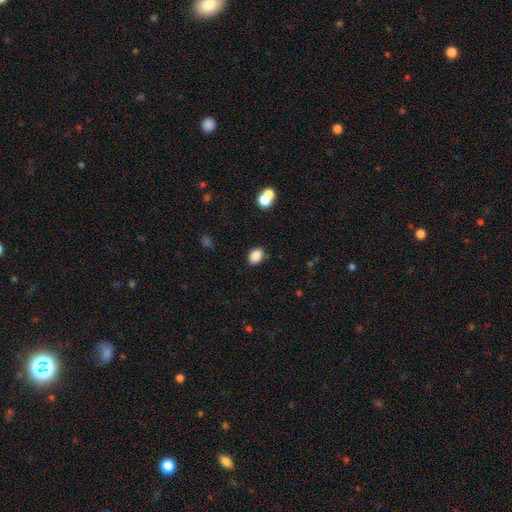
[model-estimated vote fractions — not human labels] Overall: smooth (87%). How rounded: in between (69%; round 30%). Merging: none (84%).